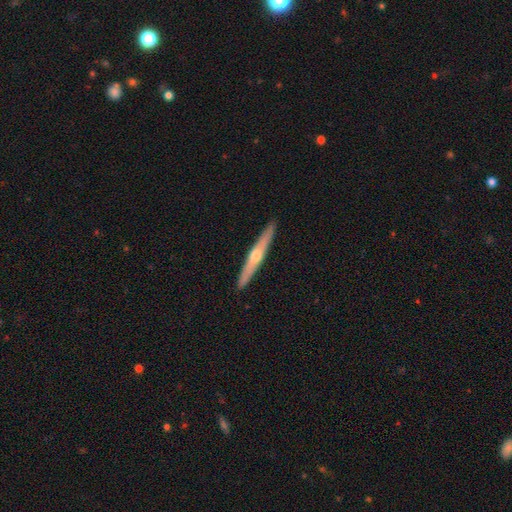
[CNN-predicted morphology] Smooth or featured? Predicted: featured or disk (p=0.66). Edge-on disk? Predicted: yes (p=0.97). Edge-on bulge? Predicted: rounded (p=0.87). Merging? Predicted: none (p=0.92).